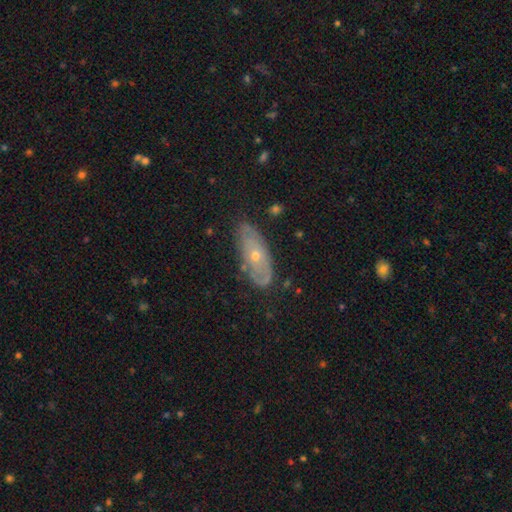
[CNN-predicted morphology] featured or disk 62%, smooth 31%, star or artifact 7%. Down the decision tree: edge-on disk — no (81%); bar — no (88%); spiral arms — yes (52%); bulge size — small (55%); merging — none (74%).